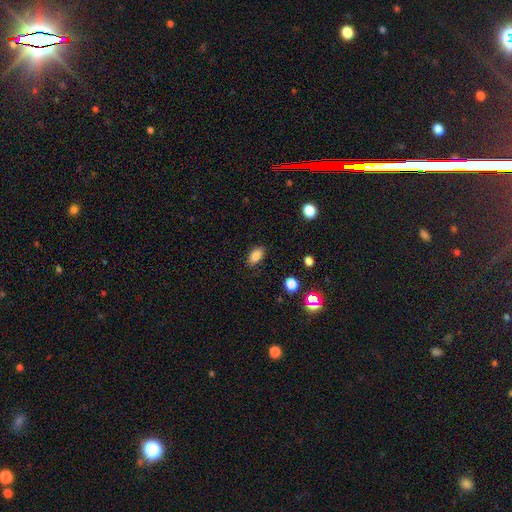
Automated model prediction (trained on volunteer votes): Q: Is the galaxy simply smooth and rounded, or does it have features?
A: smooth — 85%.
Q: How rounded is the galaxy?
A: in between — 90%.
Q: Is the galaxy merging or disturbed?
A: none — 86%.